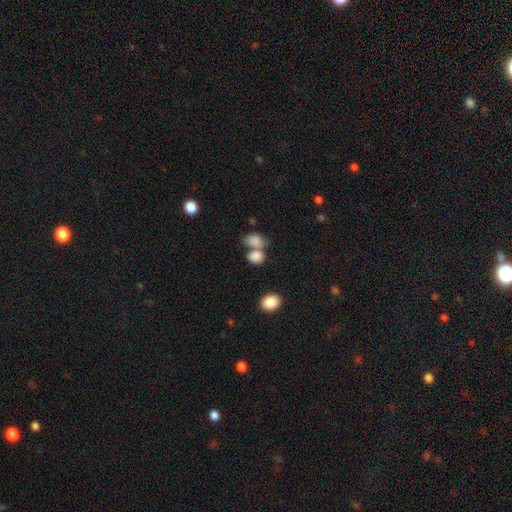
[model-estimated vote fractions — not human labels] Overall: smooth (83%). How rounded: in between (61%; round 38%). Merging: merger (53%; none 30%).